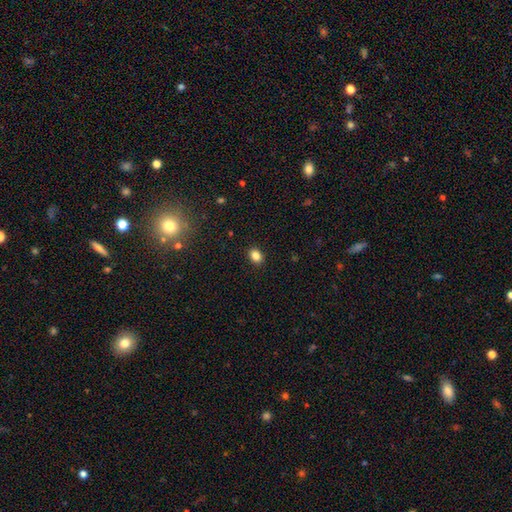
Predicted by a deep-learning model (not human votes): Smooth or featured? smooth (84%)
How rounded? in between (61%)
Merging? none (90%)